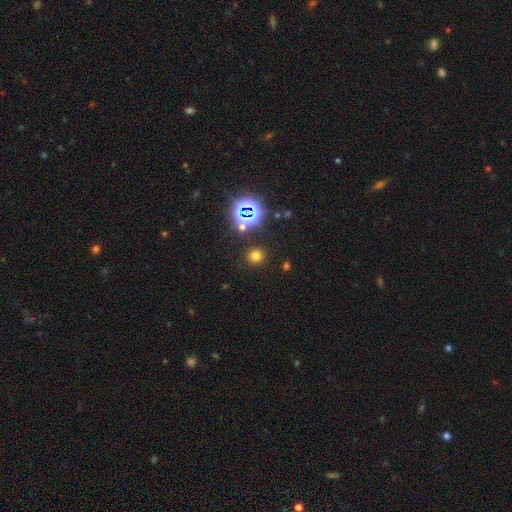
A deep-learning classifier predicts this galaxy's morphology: Smooth or featured?
  - smooth: 68% *
  - star or artifact: 25%
  - featured or disk: 7%
How rounded?
  - round: 92% *
  - in between: 7%
  - cigar-shaped: 1%
Merging?
  - none: 88% *
  - minor disturbance: 6%
  - major disturbance: 3%
  - merger: 3%